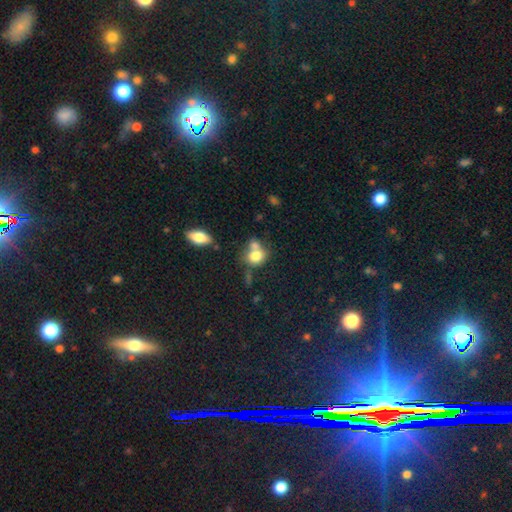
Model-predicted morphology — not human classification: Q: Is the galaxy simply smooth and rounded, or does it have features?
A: smooth — 78%.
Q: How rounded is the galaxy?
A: round — 58%.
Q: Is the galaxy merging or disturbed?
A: merger — 43%.